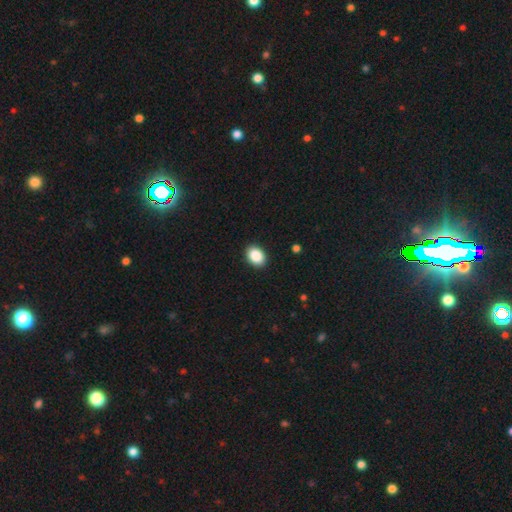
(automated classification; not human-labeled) This is clearly a smooth galaxy (89%). How rounded: likely in between (73%). Merging: clearly none (90%).